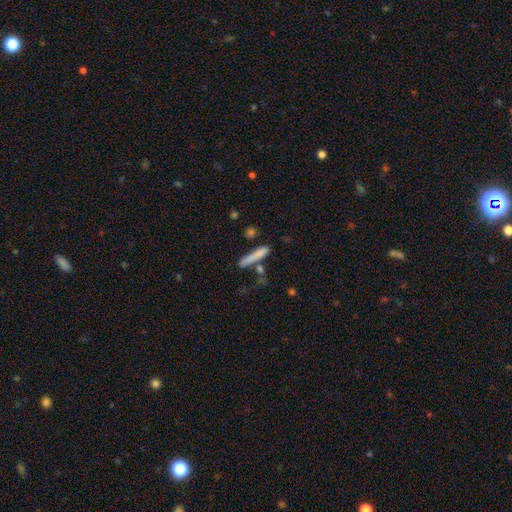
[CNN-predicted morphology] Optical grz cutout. It shows a smooth galaxy with no disk features (75%) that is cigar-shaped (91%). Merging: none (68%).